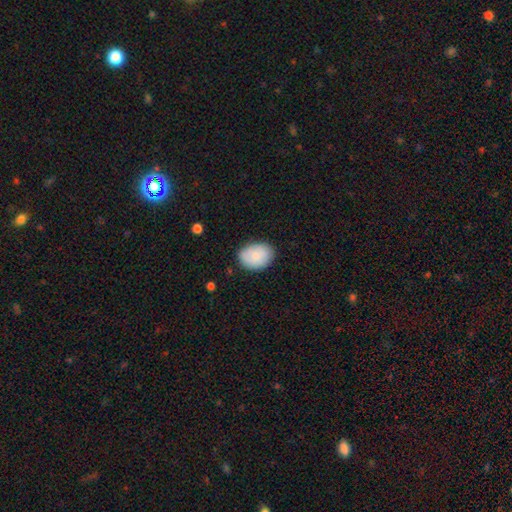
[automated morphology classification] This is clearly a smooth galaxy (83%). How rounded: likely in between (74%). Merging: likely none (80%).